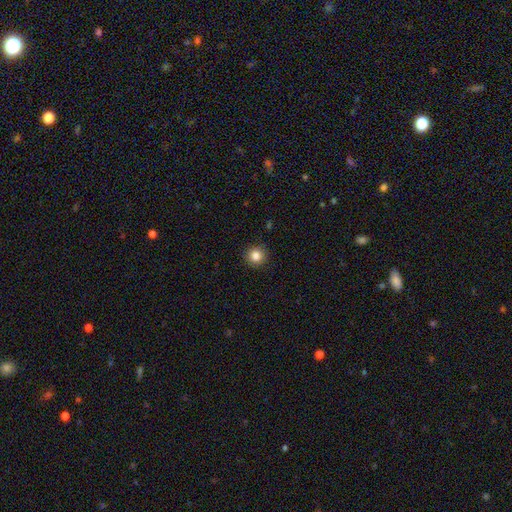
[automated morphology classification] smooth 84%, star or artifact 11%, featured or disk 5%. Down the decision tree: how rounded — round (94%); merging — none (92%).